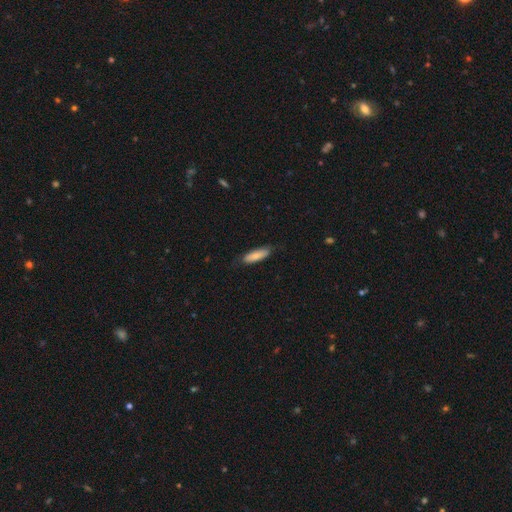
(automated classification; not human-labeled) Smooth or featured?
  - smooth: 82% *
  - featured or disk: 12%
  - star or artifact: 6%
How rounded?
  - cigar-shaped: 57% *
  - in between: 42%
  - round: 2%
Merging?
  - none: 79% *
  - minor disturbance: 17%
  - major disturbance: 3%
  - merger: 1%